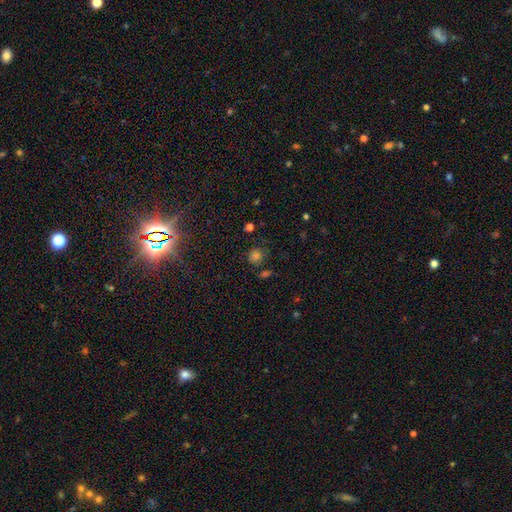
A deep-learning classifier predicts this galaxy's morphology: smooth_or_featured: smooth (p=0.63) [alt: star or artifact p=0.27]
how_rounded: round (p=0.84) [alt: in between p=0.14]
merging: none (p=0.73) [alt: minor disturbance p=0.15]